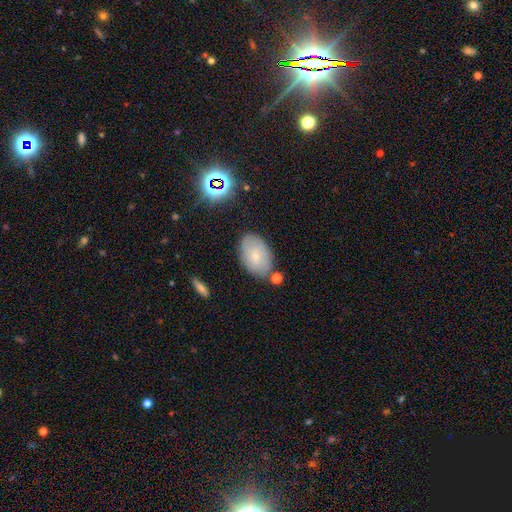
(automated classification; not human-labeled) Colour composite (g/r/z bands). It shows a smooth galaxy with no disk features (65%) that is in between round and cigar-shaped (90%). Merging: none (76%).